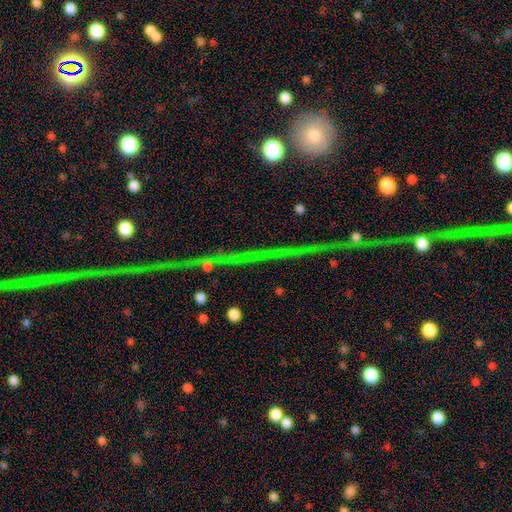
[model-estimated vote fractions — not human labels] Smooth or featured?
  - star or artifact: 67% *
  - featured or disk: 20%
  - smooth: 13%